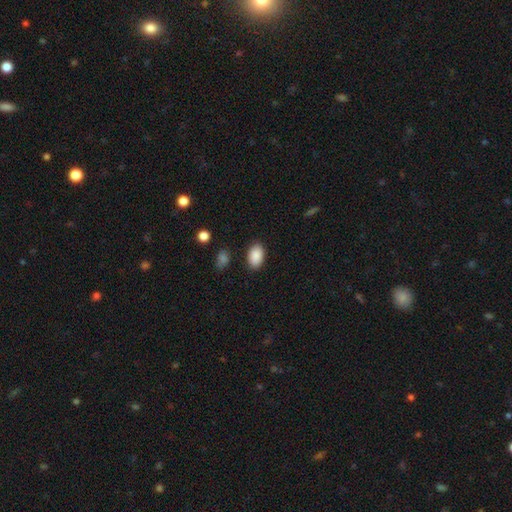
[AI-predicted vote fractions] smooth_or_featured: smooth (p=0.90) [alt: star or artifact p=0.07]
how_rounded: in between (p=0.91) [alt: round p=0.08]
merging: none (p=0.86) [alt: minor disturbance p=0.09]